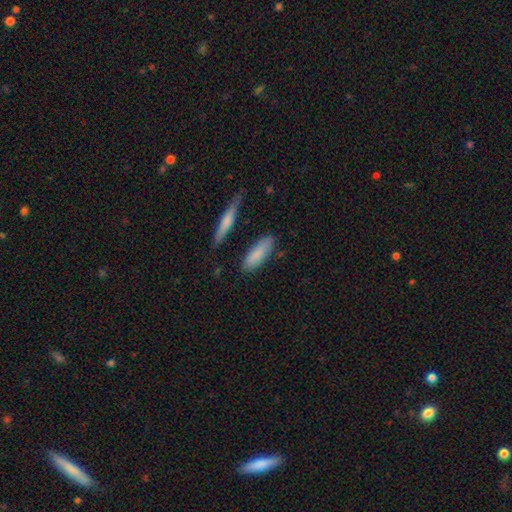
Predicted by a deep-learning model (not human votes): Morphology: type=smooth (83%); roundness=in between (54%); merging=none (78%).